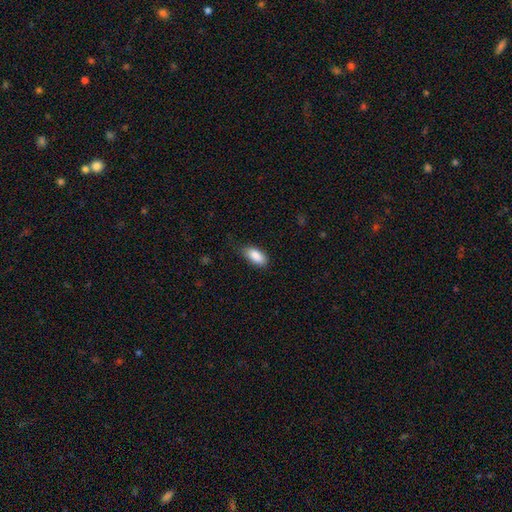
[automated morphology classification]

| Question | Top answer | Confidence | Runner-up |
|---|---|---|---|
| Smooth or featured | smooth | 88% | star or artifact (7%) |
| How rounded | in between | 90% | cigar-shaped (7%) |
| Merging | none | 74% | minor disturbance (21%) |